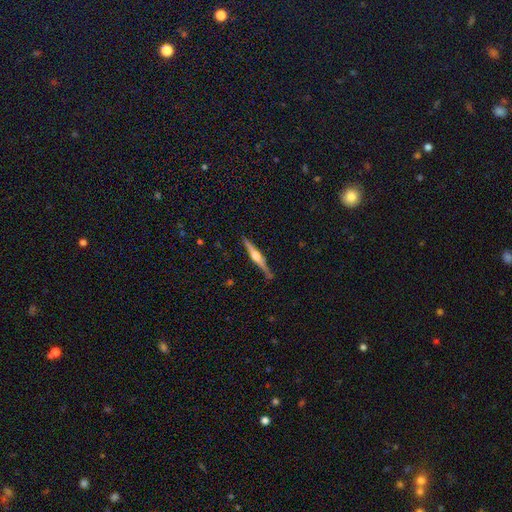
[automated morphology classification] The model was most divided on "smooth or featured": featured or disk: 78%, smooth: 17%, star or artifact: 5%. More confident: edge-on disk — yes (98%); edge-on bulge — rounded (93%); merging — none (85%).